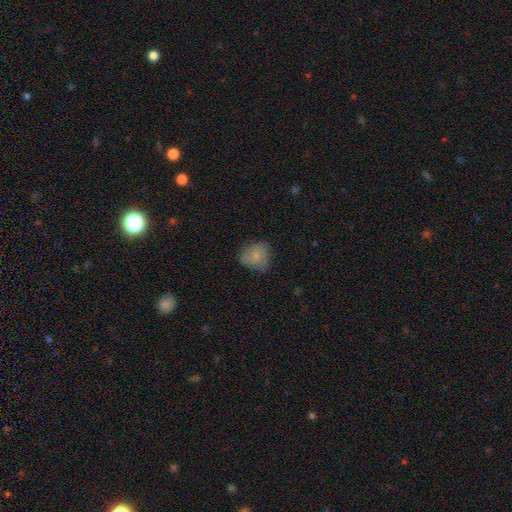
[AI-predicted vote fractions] Overall: smooth (67%). How rounded: round (65%; in between 34%). Merging: none (57%; minor disturbance 31%).